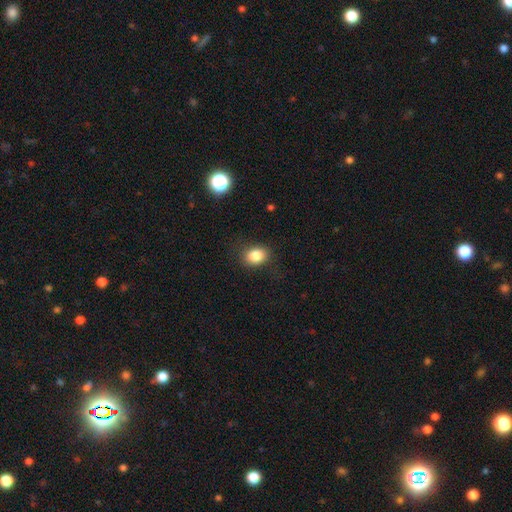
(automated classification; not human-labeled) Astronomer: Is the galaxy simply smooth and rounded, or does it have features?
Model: smooth — 84%.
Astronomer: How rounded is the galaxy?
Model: in between — 55% (runner-up: round, 44%).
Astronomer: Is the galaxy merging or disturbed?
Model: none — 82%.